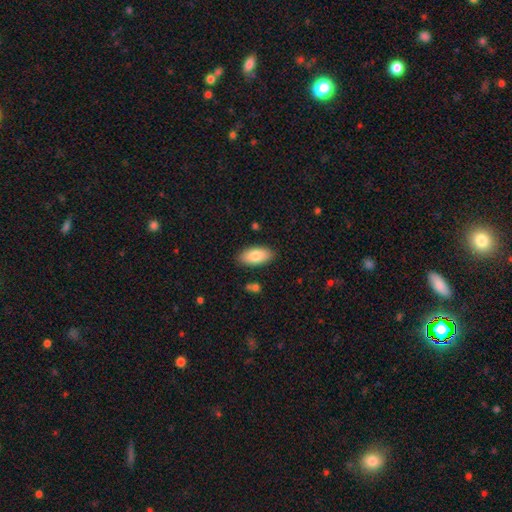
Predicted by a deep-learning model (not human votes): This appears to be a smooth galaxy with no disk features (83%) that is in between round and cigar-shaped (92%). Merging: none (86%).